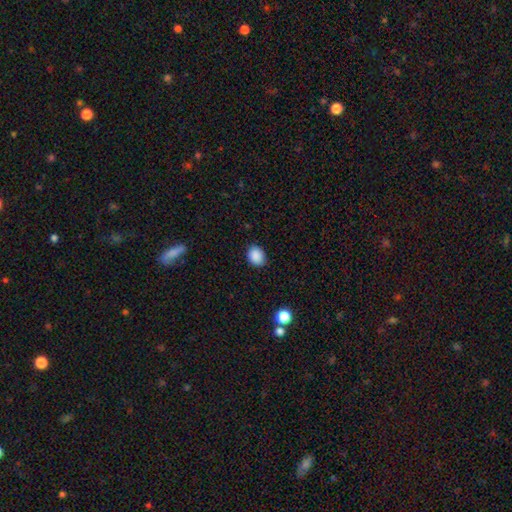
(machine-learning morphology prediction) Overall: smooth (88%). How rounded: round (52%; in between 47%). Merging: none (86%).